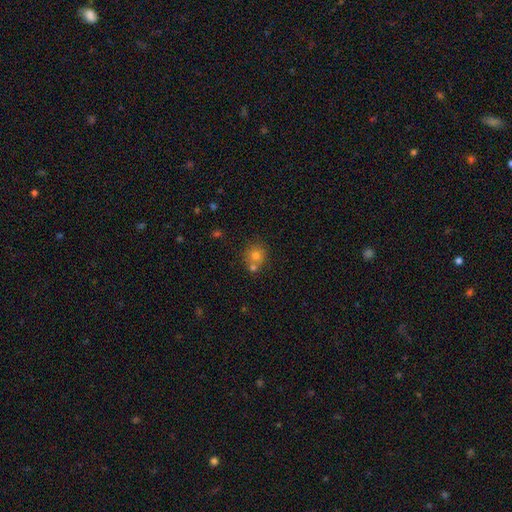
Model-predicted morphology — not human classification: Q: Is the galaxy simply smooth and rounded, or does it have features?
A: smooth — 74%.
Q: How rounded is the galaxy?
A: round — 84%.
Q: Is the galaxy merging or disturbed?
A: none — 54%.